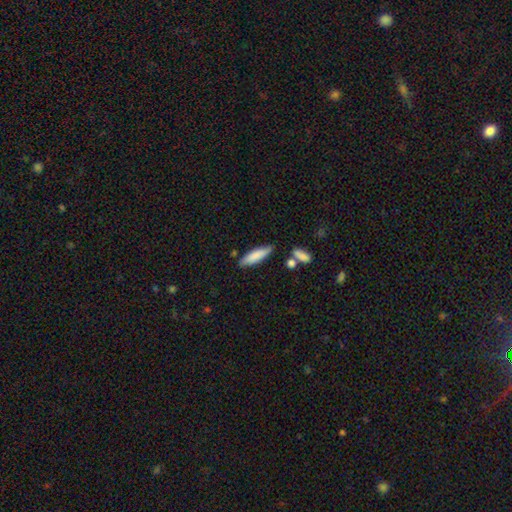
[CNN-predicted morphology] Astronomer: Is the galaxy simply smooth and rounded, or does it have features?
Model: smooth — 81%.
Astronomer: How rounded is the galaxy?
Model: cigar-shaped — 69%.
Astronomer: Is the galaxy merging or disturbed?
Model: none — 79%.